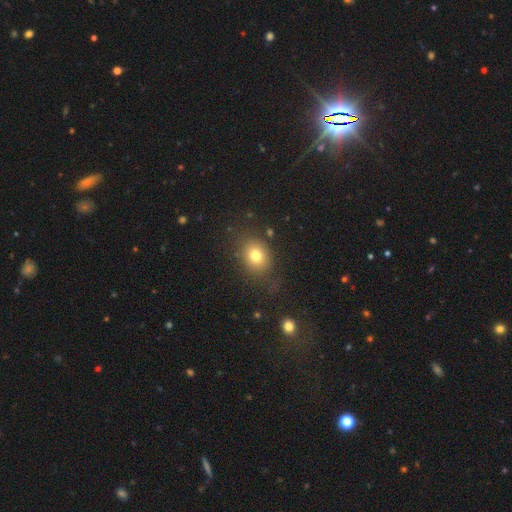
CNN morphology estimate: Smooth or featured?
  - smooth: 76% *
  - star or artifact: 12%
  - featured or disk: 11%
How rounded?
  - round: 51% *
  - in between: 48%
  - cigar-shaped: 1%
Merging?
  - none: 77% *
  - minor disturbance: 14%
  - major disturbance: 6%
  - merger: 2%